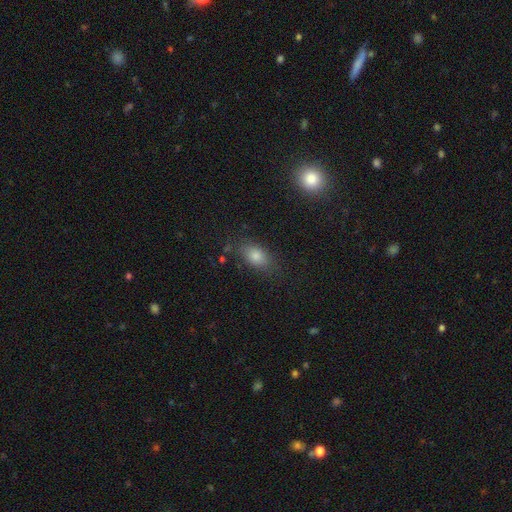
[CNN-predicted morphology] type=smooth (78%); roundness=in between (84%); merging=none (78%).